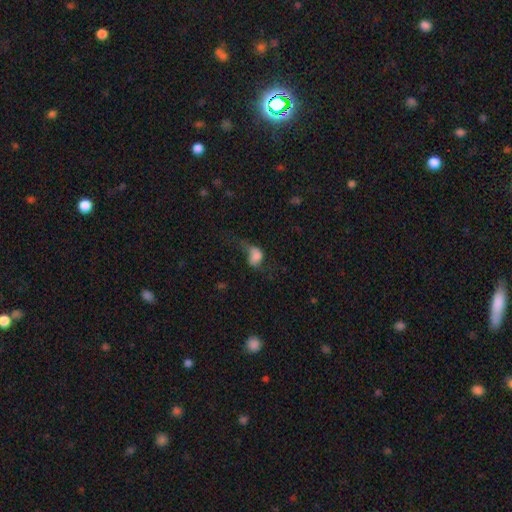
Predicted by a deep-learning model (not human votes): The model was most divided on "merging": major disturbance: 47%, none: 25%, minor disturbance: 21%, merger: 6%. More confident: how rounded — in between (70%); smooth or featured — smooth (60%).